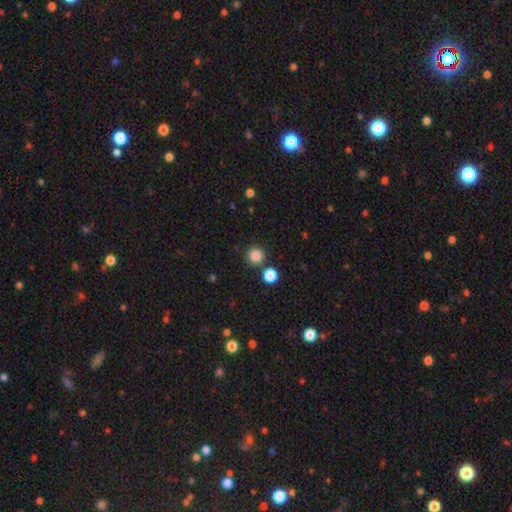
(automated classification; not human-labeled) smooth-or-featured: smooth: 85% | star or artifact: 12% | featured or disk: 3%
  how-rounded: round: 94% | in between: 5% | cigar-shaped: 1%
  merging: none: 84% | merger: 7% | minor disturbance: 6% | major disturbance: 2%